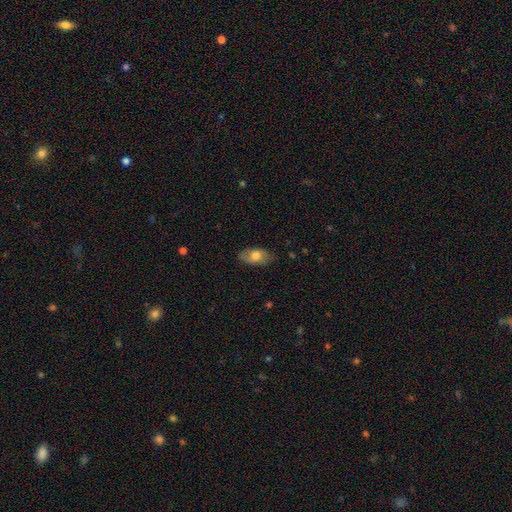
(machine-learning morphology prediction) Smooth or featured?
  - smooth: 69% *
  - featured or disk: 24%
  - star or artifact: 6%
How rounded?
  - in between: 92% *
  - round: 4%
  - cigar-shaped: 4%
Merging?
  - none: 79% *
  - minor disturbance: 16%
  - major disturbance: 4%
  - merger: 1%